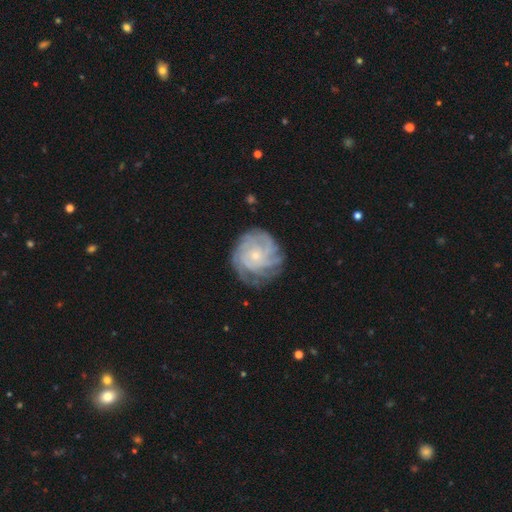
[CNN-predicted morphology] Q: Smooth or featured?
A: featured or disk (83%); runner-up: smooth (10%)
Q: Edge-on disk?
A: no (98%); runner-up: yes (2%)
Q: Bar?
A: no (80%); runner-up: weak (17%)
Q: Spiral arms?
A: yes (96%); runner-up: no (4%)
Q: Spiral winding?
A: tight (72%); runner-up: medium (23%)
Q: Spiral arm count?
A: 4 (28%); tied with: can't tell (28%)
Q: Bulge size?
A: small (78%); runner-up: moderate (18%)
Q: Merging?
A: none (74%); runner-up: minor disturbance (17%)